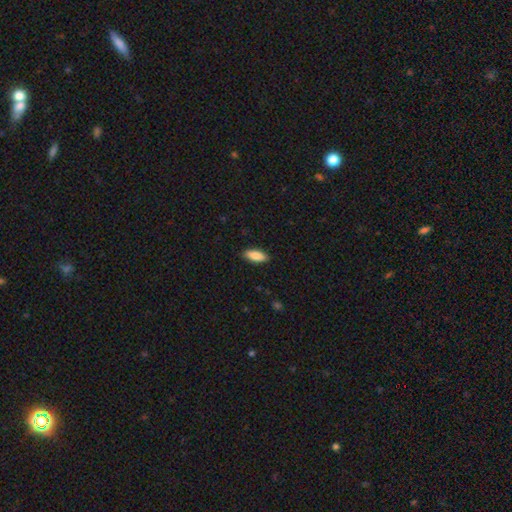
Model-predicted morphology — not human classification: Smooth or featured?
  - smooth: 88% *
  - featured or disk: 7%
  - star or artifact: 6%
How rounded?
  - in between: 78% *
  - cigar-shaped: 20%
  - round: 2%
Merging?
  - none: 90% *
  - minor disturbance: 8%
  - major disturbance: 2%
  - merger: 1%